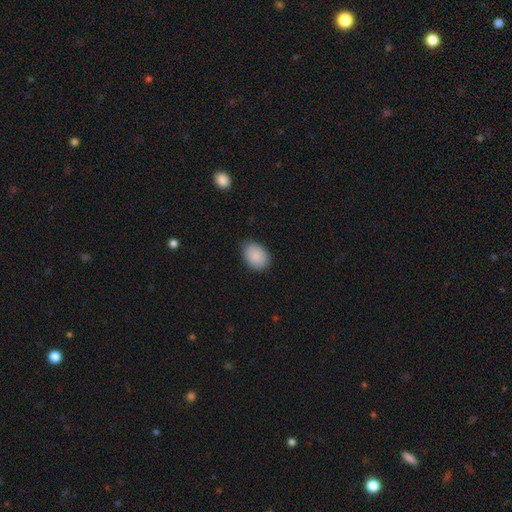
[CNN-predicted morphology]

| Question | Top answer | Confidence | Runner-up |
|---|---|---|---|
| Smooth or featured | smooth | 90% | star or artifact (7%) |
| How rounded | in between | 74% | round (25%) |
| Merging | none | 84% | minor disturbance (13%) |